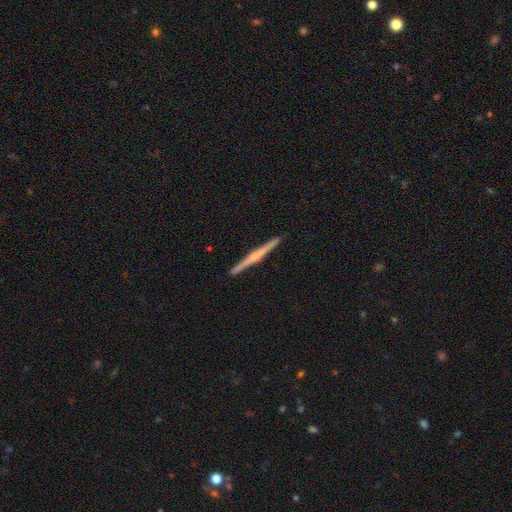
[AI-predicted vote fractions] Q: Smooth or featured?
A: featured or disk (71%); runner-up: smooth (24%)
Q: Edge-on disk?
A: yes (99%); runner-up: no (1%)
Q: Edge-on bulge?
A: rounded (53%); runner-up: none (30%)
Q: Merging?
A: none (93%); runner-up: minor disturbance (5%)